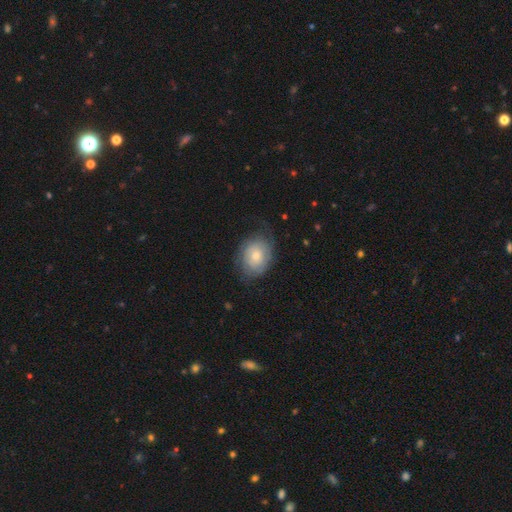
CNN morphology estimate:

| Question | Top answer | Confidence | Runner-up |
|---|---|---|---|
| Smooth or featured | smooth | 56% | featured or disk (37%) |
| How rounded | in between | 57% | round (42%) |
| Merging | none | 63% | minor disturbance (24%) |